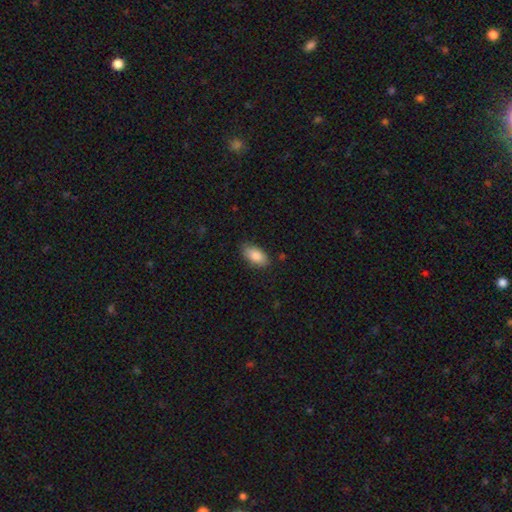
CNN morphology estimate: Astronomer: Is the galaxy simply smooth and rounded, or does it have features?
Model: smooth — 85%.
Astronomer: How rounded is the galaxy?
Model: in between — 93%.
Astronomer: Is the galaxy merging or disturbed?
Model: none — 83%.